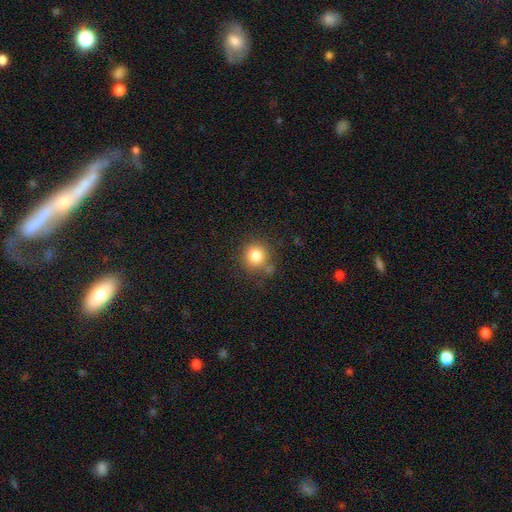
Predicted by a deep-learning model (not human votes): Smooth or featured?
  - smooth: 82% *
  - star or artifact: 11%
  - featured or disk: 6%
How rounded?
  - round: 91% *
  - in between: 8%
  - cigar-shaped: 1%
Merging?
  - none: 77% *
  - minor disturbance: 12%
  - merger: 7%
  - major disturbance: 4%